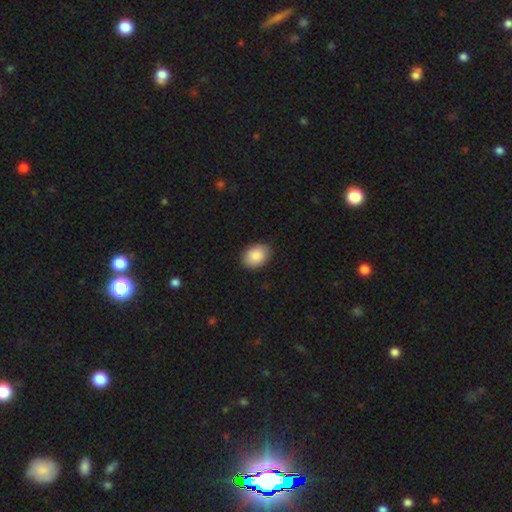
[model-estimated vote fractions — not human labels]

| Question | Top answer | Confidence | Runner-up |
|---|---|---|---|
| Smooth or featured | smooth | 89% | star or artifact (6%) |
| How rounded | in between | 77% | round (22%) |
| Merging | none | 87% | minor disturbance (11%) |